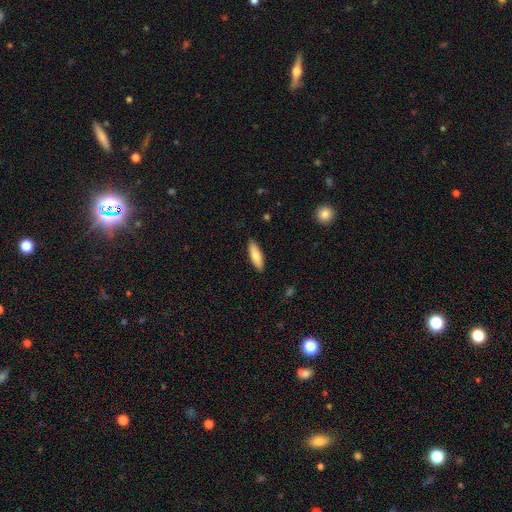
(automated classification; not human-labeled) A smooth galaxy with no disk features (77%) that is cigar-shaped (54%).

Vote fractions:
- Smooth or featured? smooth: 77% / featured or disk: 17% / star or artifact: 6%
- How rounded? cigar-shaped: 54% / in between: 45% / round: 2%
- Merging? none: 89% / minor disturbance: 8% / major disturbance: 2% / merger: 1%